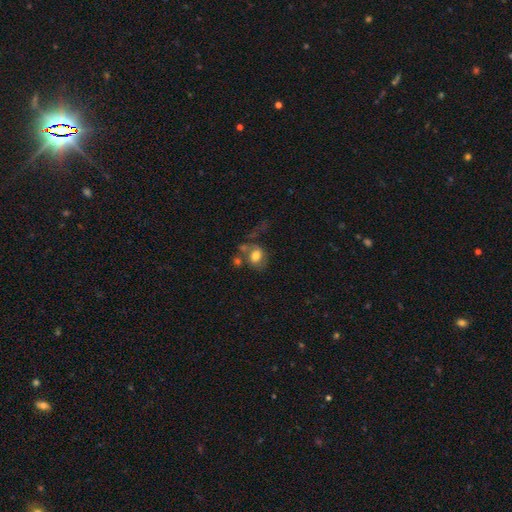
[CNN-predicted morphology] Smooth or featured: smooth — 69% (featured or disk — 21%)
How rounded: in between — 53% (round — 46%)
Merging: none — 40% (merger — 24%)